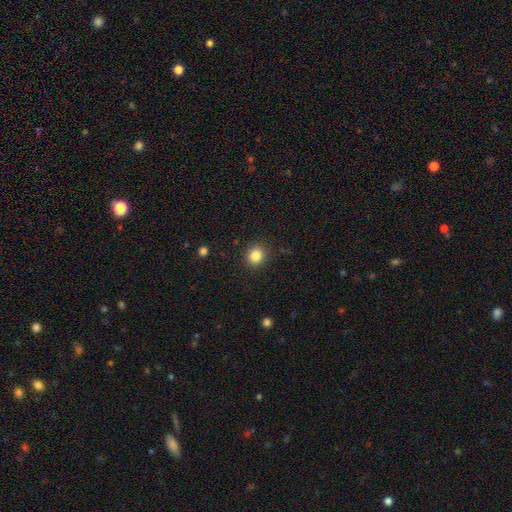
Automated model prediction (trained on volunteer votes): The model was most divided on "how rounded": round: 84%, in between: 15%, cigar-shaped: 1%. More confident: merging — none (90%); smooth or featured — smooth (84%).